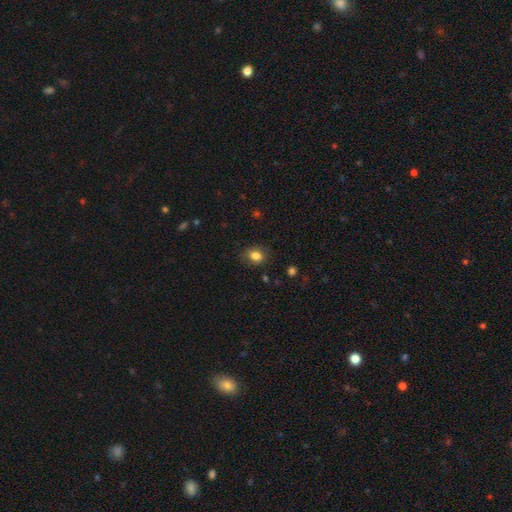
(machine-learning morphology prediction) smooth-or-featured: smooth: 83% | star or artifact: 10% | featured or disk: 7%
  how-rounded: in between: 61% | round: 38% | cigar-shaped: 1%
  merging: none: 82% | minor disturbance: 13% | major disturbance: 3% | merger: 1%